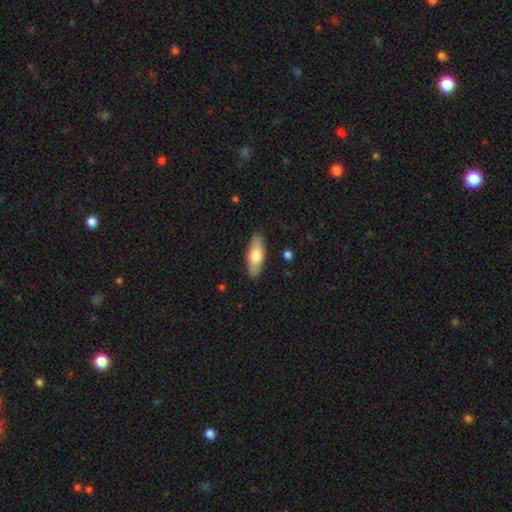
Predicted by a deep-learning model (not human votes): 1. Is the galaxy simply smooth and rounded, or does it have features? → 71% smooth, 24% featured or disk, 5% star or artifact.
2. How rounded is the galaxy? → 72% in between, 26% cigar-shaped, 2% round.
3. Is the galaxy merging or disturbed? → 87% none, 10% minor disturbance, 2% major disturbance, 1% merger.